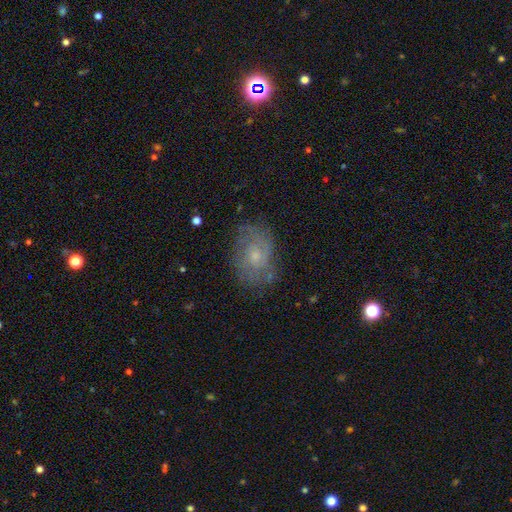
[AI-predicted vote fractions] Overall: featured or disk (64%; smooth 26%). Edge-on disk: no (96%). Bar: no (76%). Spiral arms: yes (82%). Spiral arm count: can't tell (44%; 2 34%). Spiral winding: tight (50%; medium 37%). Bulge size: small (62%; moderate 32%). Merging: none (70%).